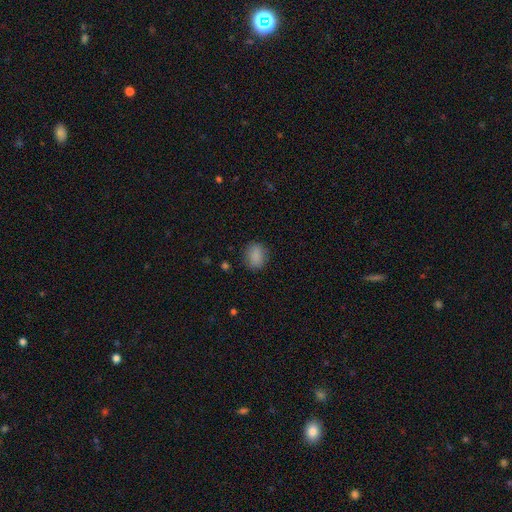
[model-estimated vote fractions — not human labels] smooth_or_featured: smooth (p=0.86) [alt: star or artifact p=0.10]
how_rounded: round (p=0.57) [alt: in between p=0.41]
merging: none (p=0.83) [alt: minor disturbance p=0.12]